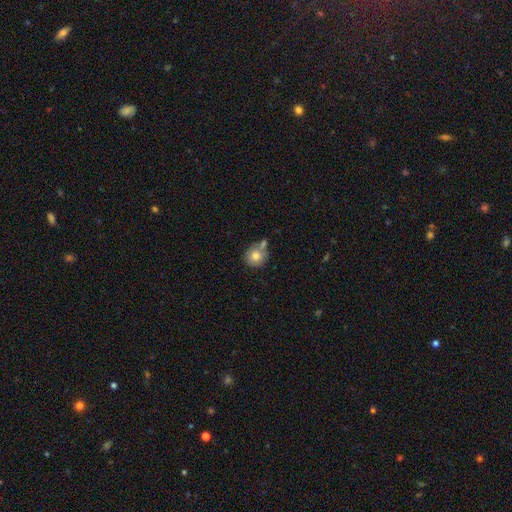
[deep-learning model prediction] Smooth or featured? Predicted: smooth (p=0.77). How rounded? Predicted: round (p=0.87). Merging? Predicted: none (p=0.53).